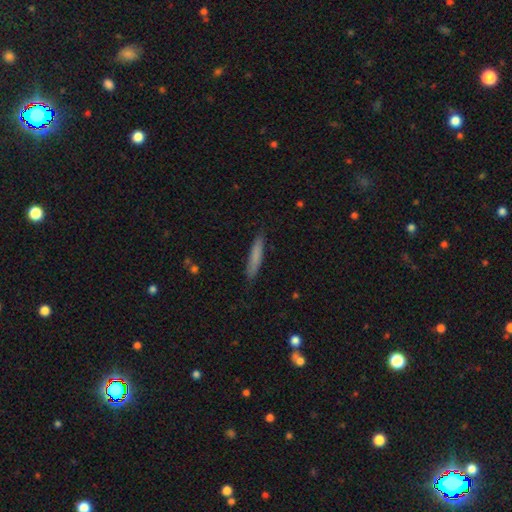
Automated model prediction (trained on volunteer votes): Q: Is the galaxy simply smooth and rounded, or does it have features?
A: smooth — 78%.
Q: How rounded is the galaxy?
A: cigar-shaped — 92%.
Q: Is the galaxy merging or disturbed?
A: none — 85%.